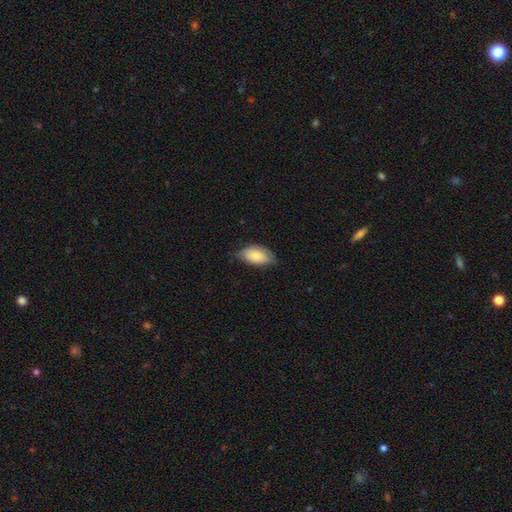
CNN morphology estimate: This is likely a smooth galaxy (77%). How rounded: clearly in between (94%). Merging: likely none (66%).